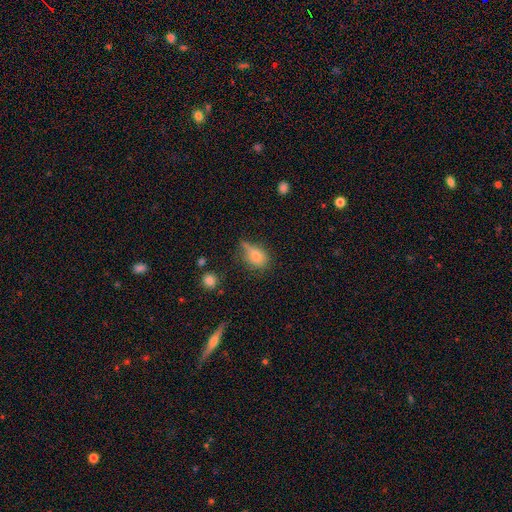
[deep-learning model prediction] Q: Smooth or featured?
A: smooth (74%); runner-up: featured or disk (14%)
Q: How rounded?
A: in between (72%); runner-up: round (22%)
Q: Merging?
A: none (43%); runner-up: minor disturbance (33%)